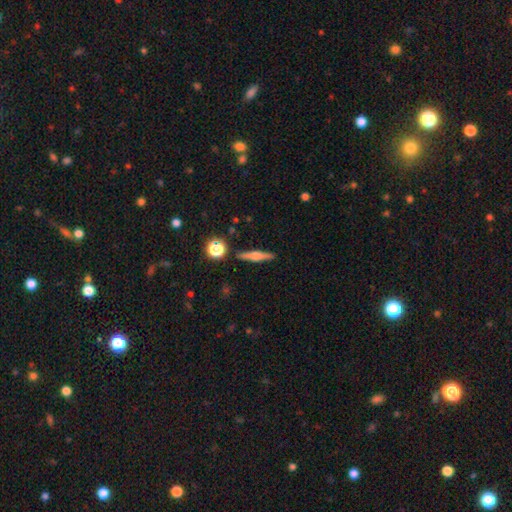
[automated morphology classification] Smooth or featured? featured or disk (50%)
Edge-on disk? yes (96%)
Merging? none (89%)